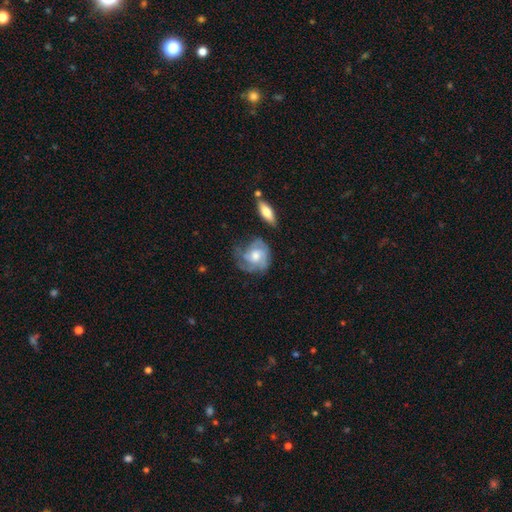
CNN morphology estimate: A featured or disk galaxy (63%) with no bar (71%), tight (49%) spiral arms (83%) and a moderate central bulge (58%).

Vote fractions:
- Smooth or featured? featured or disk: 63% / smooth: 31% / star or artifact: 6%
- Edge-on disk? no: 96% / yes: 4%
- Bar? no: 71% / weak: 25% / strong: 4%
- Spiral arms? yes: 83% / no: 17%
- Spiral winding? tight: 49% / medium: 36% / loose: 14%
- Spiral arm count? can't tell: 34% / 3: 27% / 2: 23% / 4: 7% / 1: 6% / more than 4: 3%
- Bulge size? moderate: 58% / large: 20% / small: 17% / none: 4% / dominant: 2%
- Merging? none: 52% / minor disturbance: 26% / major disturbance: 18% / merger: 4%